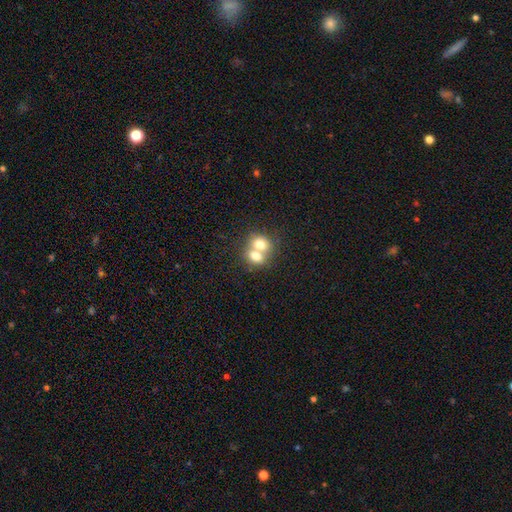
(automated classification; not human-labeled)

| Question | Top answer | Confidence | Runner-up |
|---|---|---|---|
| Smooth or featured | smooth | 71% | featured or disk (20%) |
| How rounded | round | 56% | in between (43%) |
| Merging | merger | 73% | none (20%) |